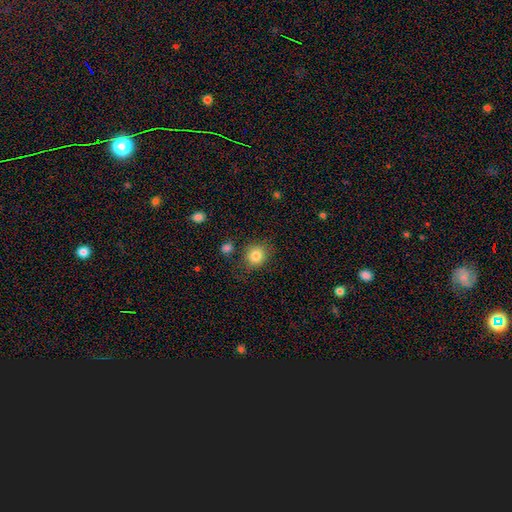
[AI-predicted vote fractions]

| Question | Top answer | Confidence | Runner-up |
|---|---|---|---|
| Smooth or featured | smooth | 83% | star or artifact (10%) |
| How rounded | round | 80% | in between (19%) |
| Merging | none | 78% | minor disturbance (13%) |